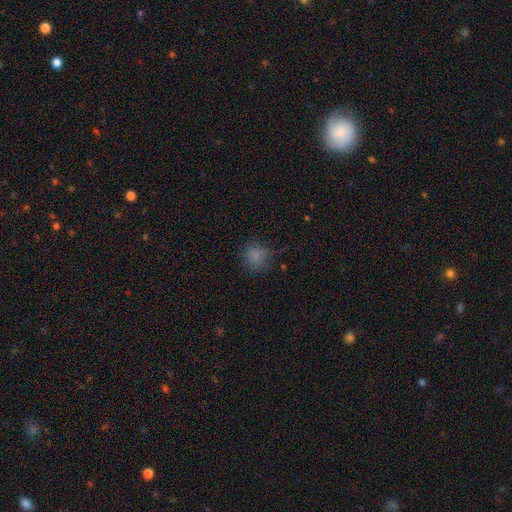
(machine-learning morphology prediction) This appears to be a smooth galaxy with no disk features (80%) that is round (84%). Merging: none (73%).